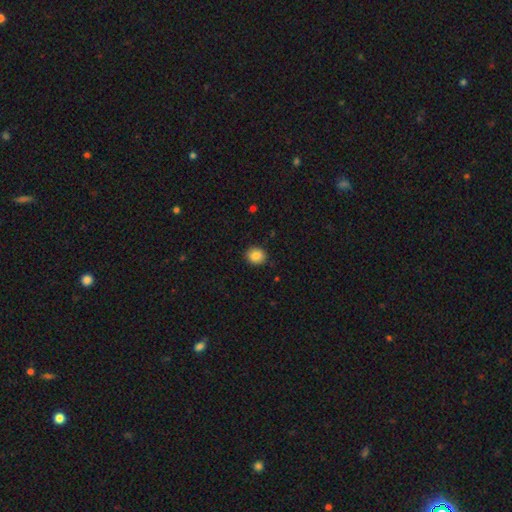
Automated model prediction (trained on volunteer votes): Smooth or featured?
  - smooth: 86% *
  - star or artifact: 9%
  - featured or disk: 5%
How rounded?
  - round: 74% *
  - in between: 25%
  - cigar-shaped: 1%
Merging?
  - none: 89% *
  - minor disturbance: 8%
  - major disturbance: 2%
  - merger: 1%